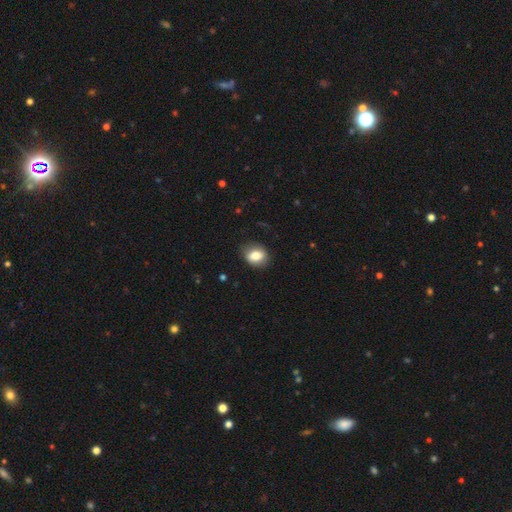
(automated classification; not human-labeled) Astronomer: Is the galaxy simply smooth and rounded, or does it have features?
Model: smooth — 79%.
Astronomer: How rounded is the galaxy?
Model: in between — 53% (runner-up: round, 46%).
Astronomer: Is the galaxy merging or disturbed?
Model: none — 81%.